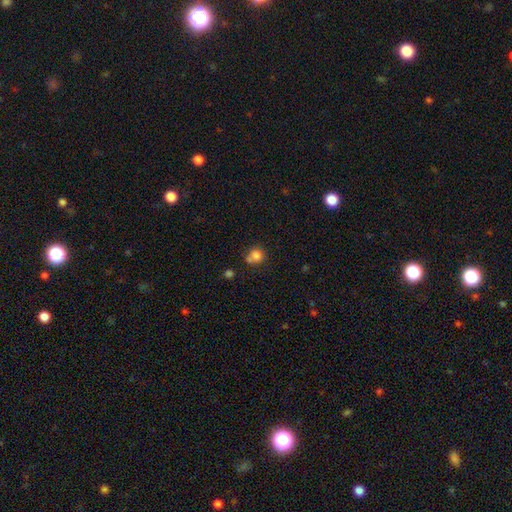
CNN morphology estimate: A smooth galaxy with no disk features (80%) that is round (83%).

Vote fractions:
- Smooth or featured? smooth: 80% / star or artifact: 12% / featured or disk: 9%
- How rounded? round: 83% / in between: 16% / cigar-shaped: 1%
- Merging? none: 52% / merger: 27% / minor disturbance: 15% / major disturbance: 6%